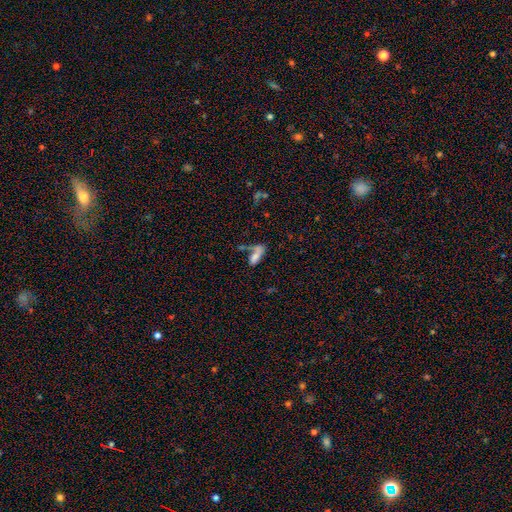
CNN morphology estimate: Overall: smooth (69%). How rounded: in between (70%). Merging: merger (35%; none 30%).